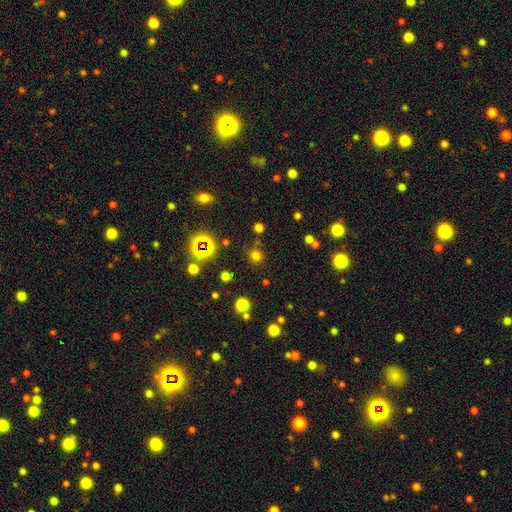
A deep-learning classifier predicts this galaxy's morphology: type=smooth (64%); roundness=round (92%); merging=none (81%).